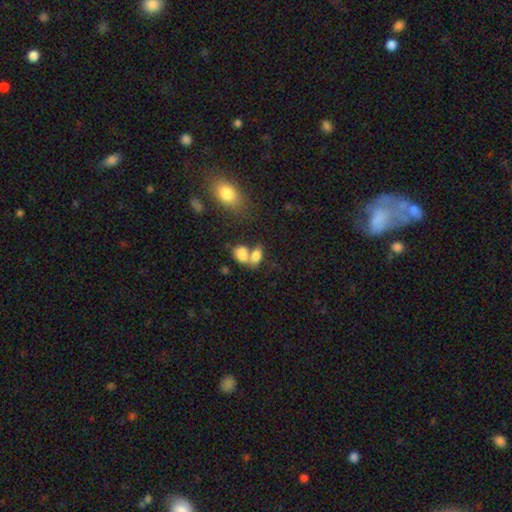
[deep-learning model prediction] The model was most divided on "merging": merger: 59%, none: 27%, minor disturbance: 9%, major disturbance: 6%. More confident: how rounded — in between (85%); smooth or featured — smooth (79%).